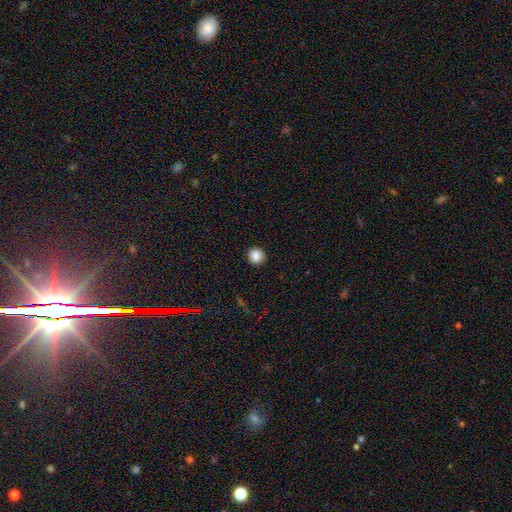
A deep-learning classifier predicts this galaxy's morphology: This is clearly a smooth galaxy (86%). How rounded: clearly round (86%). Merging: clearly none (87%).